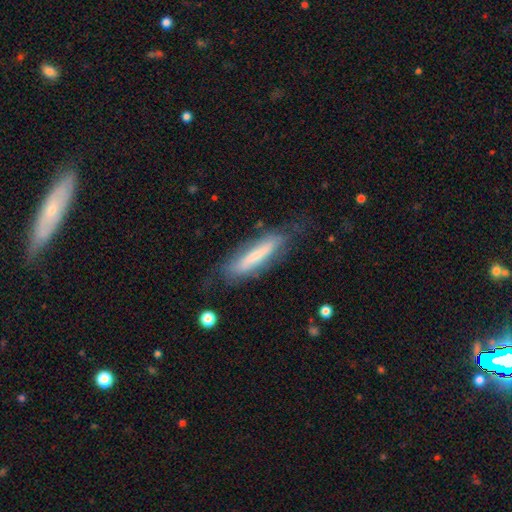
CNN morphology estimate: Overall: smooth (49%; featured or disk 44%). Merging: none (69%).